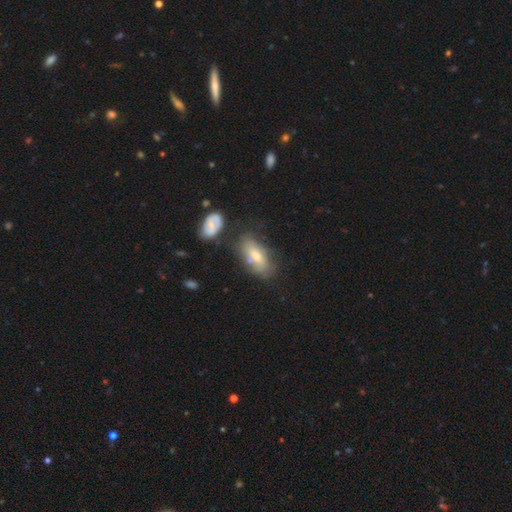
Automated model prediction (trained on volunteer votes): smooth 55%, featured or disk 36%, star or artifact 9%. Down the decision tree: how rounded — in between (83%); merging — none (64%).